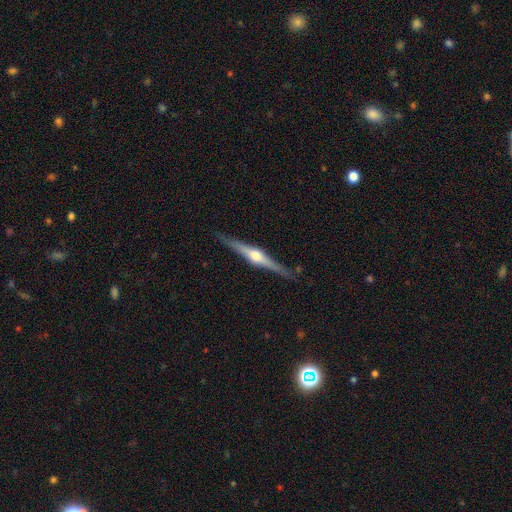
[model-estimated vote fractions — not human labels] Smooth or featured?
  - featured or disk: 79% *
  - smooth: 16%
  - star or artifact: 5%
Edge-on disk?
  - yes: 98% *
  - no: 2%
Edge-on bulge?
  - rounded: 93% *
  - boxy: 4%
  - none: 3%
Merging?
  - none: 89% *
  - minor disturbance: 8%
  - major disturbance: 2%
  - merger: 1%